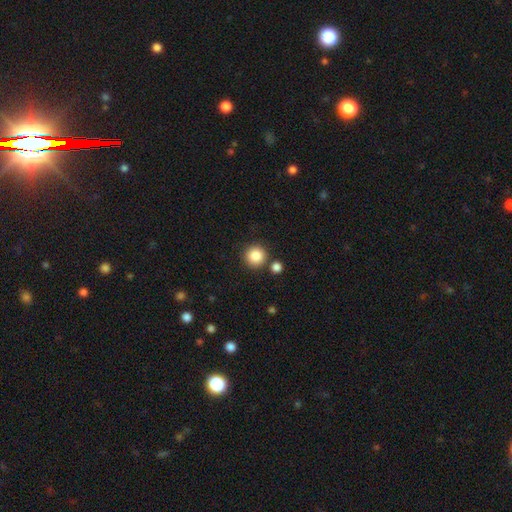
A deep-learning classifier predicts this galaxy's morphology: smooth-or-featured: smooth: 86% | star or artifact: 10% | featured or disk: 4%
  how-rounded: round: 94% | in between: 5% | cigar-shaped: 1%
  merging: none: 83% | merger: 7% | minor disturbance: 7% | major disturbance: 2%